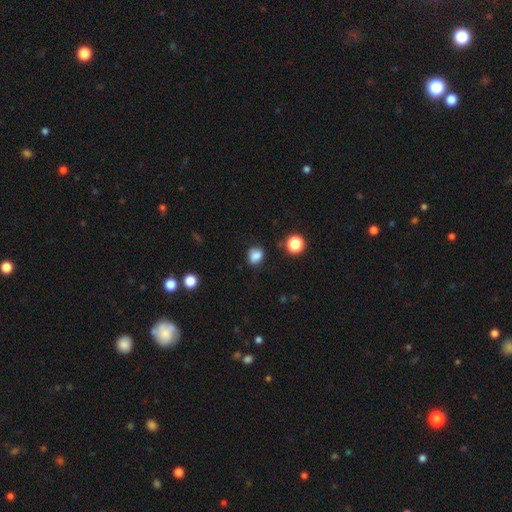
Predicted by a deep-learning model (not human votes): Smooth or featured? Predicted: smooth (p=0.84). How rounded? Predicted: round (p=0.52). Merging? Predicted: none (p=0.78).